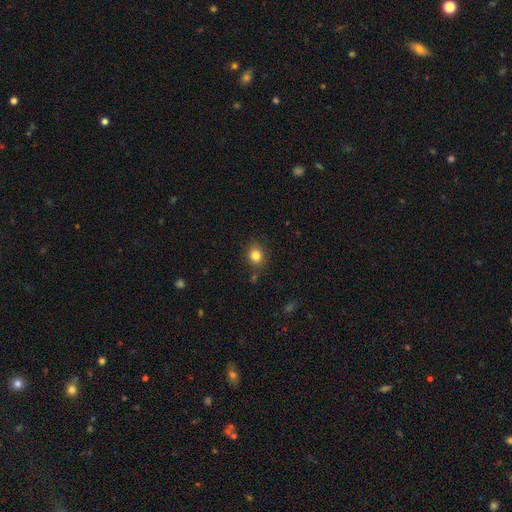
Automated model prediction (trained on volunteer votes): Morphology: type=smooth (83%); roundness=round (77%); merging=none (82%).